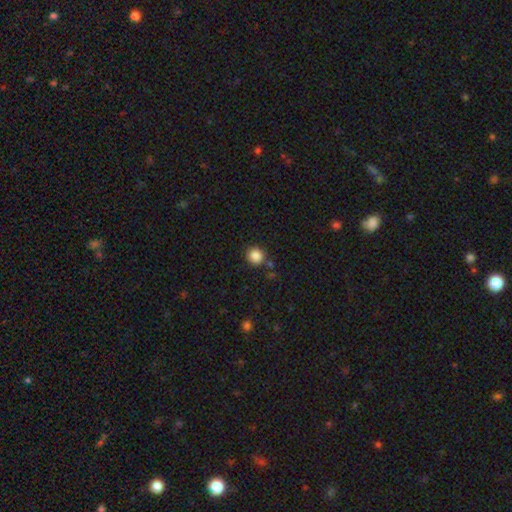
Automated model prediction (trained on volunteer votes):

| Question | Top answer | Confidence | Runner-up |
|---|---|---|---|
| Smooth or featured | smooth | 87% | star or artifact (10%) |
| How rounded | round | 92% | in between (7%) |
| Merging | none | 85% | minor disturbance (8%) |